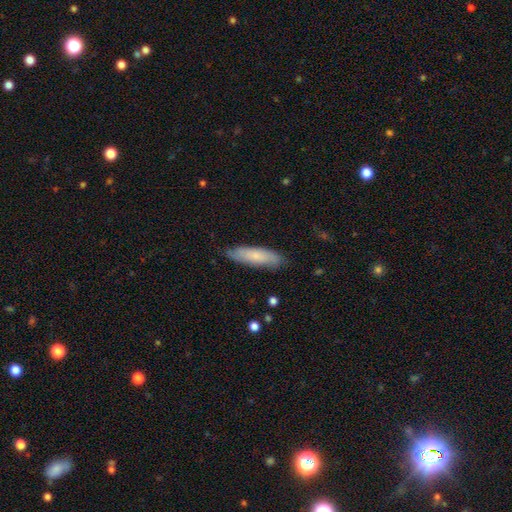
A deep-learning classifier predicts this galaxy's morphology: A smooth galaxy with no disk features (73%) that is cigar-shaped (64%).

Vote fractions:
- Smooth or featured? smooth: 73% / featured or disk: 21% / star or artifact: 6%
- How rounded? cigar-shaped: 64% / in between: 35% / round: 2%
- Merging? none: 82% / minor disturbance: 15% / major disturbance: 3% / merger: 1%